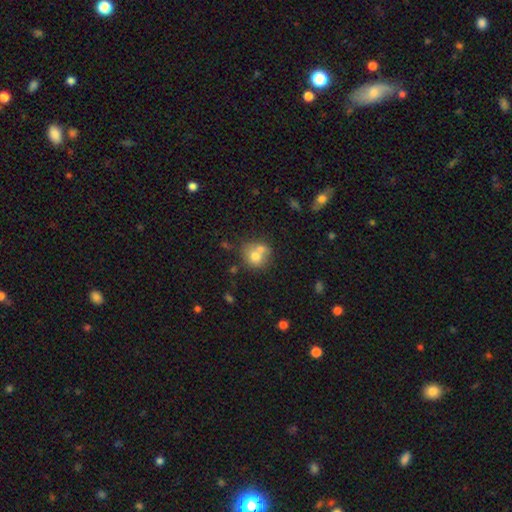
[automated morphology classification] Smooth or featured?
  - smooth: 70% *
  - featured or disk: 20%
  - star or artifact: 10%
How rounded?
  - round: 80% *
  - in between: 19%
  - cigar-shaped: 1%
Merging?
  - merger: 47% *
  - none: 40%
  - minor disturbance: 10%
  - major disturbance: 4%